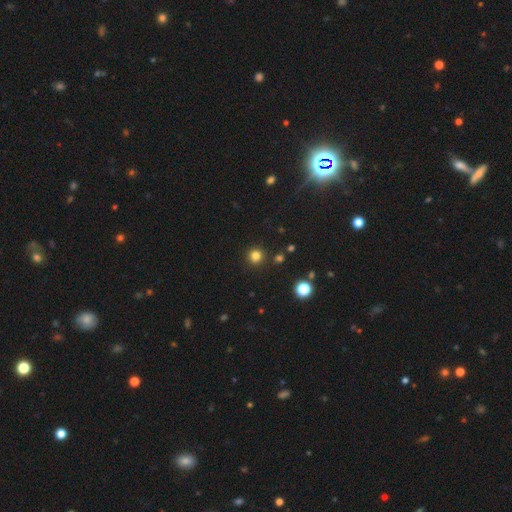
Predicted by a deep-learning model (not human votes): Smooth or featured? smooth (81%)
How rounded? round (93%)
Merging? none (90%)